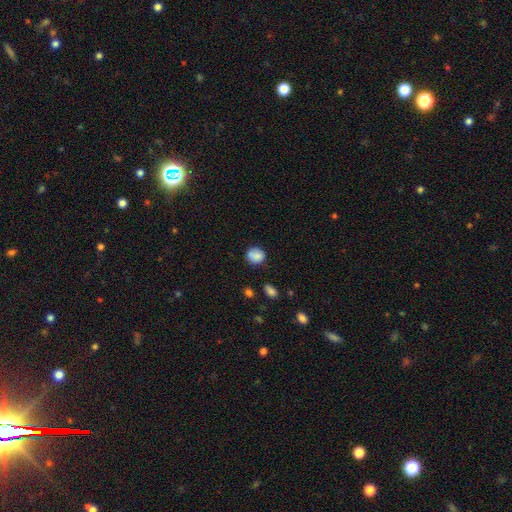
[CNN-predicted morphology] This is clearly a smooth galaxy (83%). How rounded: likely round (76%). Merging: likely none (69%).